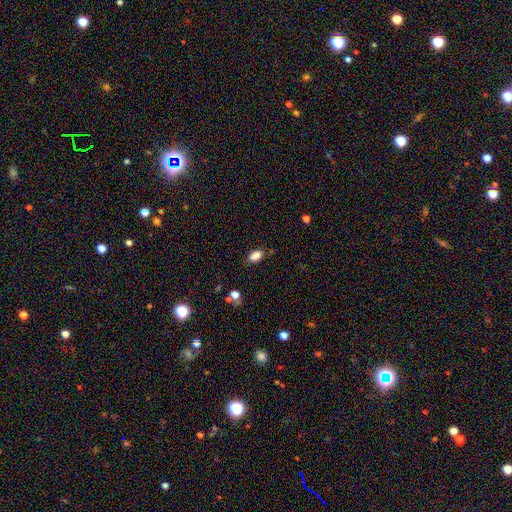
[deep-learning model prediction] Q: Smooth or featured?
A: smooth (85%); runner-up: star or artifact (10%)
Q: How rounded?
A: in between (90%); runner-up: round (7%)
Q: Merging?
A: none (78%); runner-up: minor disturbance (16%)